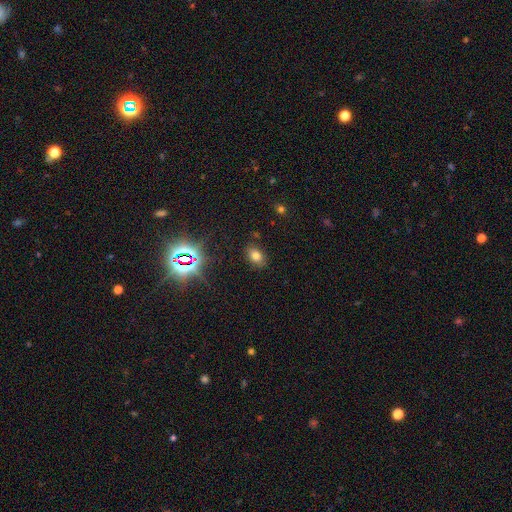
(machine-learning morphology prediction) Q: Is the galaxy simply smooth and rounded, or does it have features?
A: smooth — 70%.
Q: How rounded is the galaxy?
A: in between — 83%.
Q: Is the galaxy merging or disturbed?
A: none — 84%.